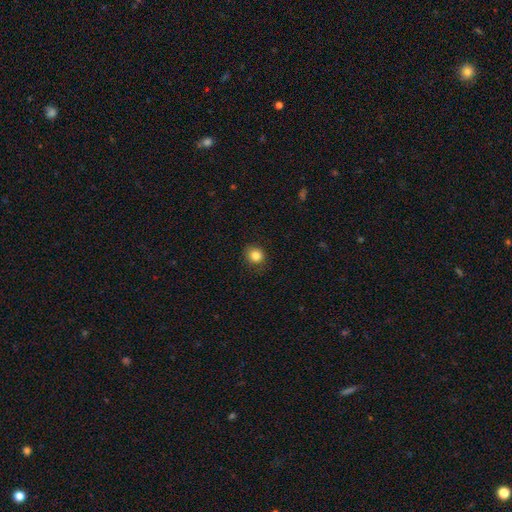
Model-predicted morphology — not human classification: Smooth or featured? Predicted: smooth (p=0.84). How rounded? Predicted: round (p=0.84). Merging? Predicted: none (p=0.86).